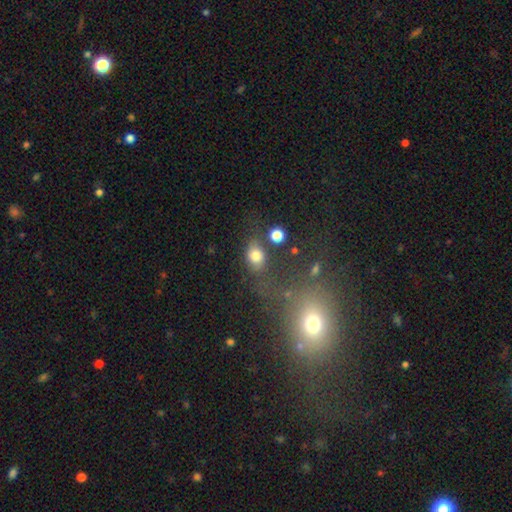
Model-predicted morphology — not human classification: A smooth galaxy with no disk features (78%) that is in between round and cigar-shaped (64%).

Vote fractions:
- Smooth or featured? smooth: 78% / star or artifact: 12% / featured or disk: 10%
- How rounded? in between: 64% / round: 34% / cigar-shaped: 2%
- Merging? none: 63% / minor disturbance: 17% / merger: 12% / major disturbance: 8%